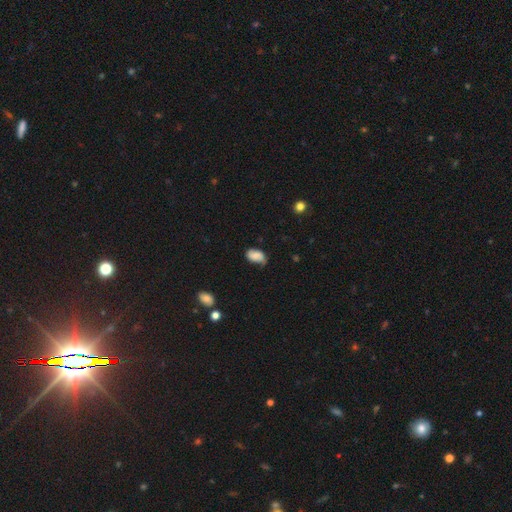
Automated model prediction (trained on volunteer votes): smooth_or_featured: smooth (p=0.74) [alt: featured or disk p=0.17]
how_rounded: in between (p=0.89) [alt: round p=0.09]
merging: none (p=0.54) [alt: minor disturbance p=0.35]